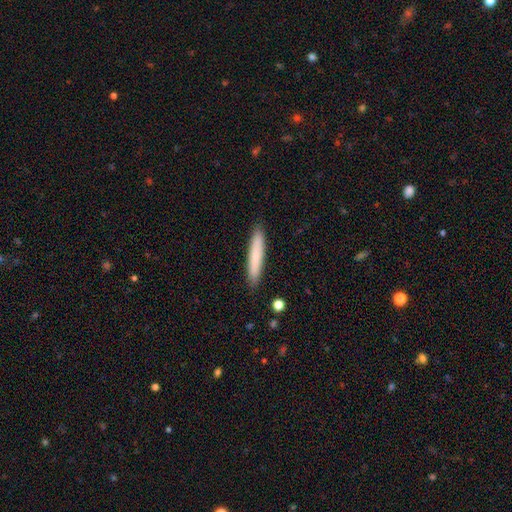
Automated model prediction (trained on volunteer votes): smooth-or-featured: smooth: 78% | featured or disk: 17% | star or artifact: 6%
  how-rounded: cigar-shaped: 93% | in between: 6% | round: 1%
  merging: none: 90% | minor disturbance: 7% | major disturbance: 1% | merger: 1%